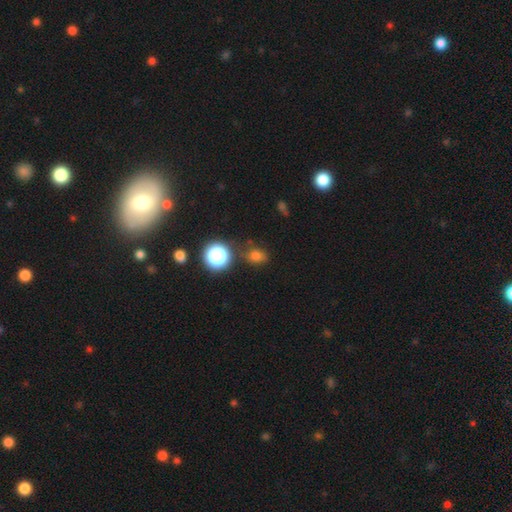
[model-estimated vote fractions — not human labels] Smooth or featured: smooth — 72% (star or artifact — 21%)
How rounded: round — 49% (tied with in between — 49%)
Merging: none — 74% (minor disturbance — 16%)